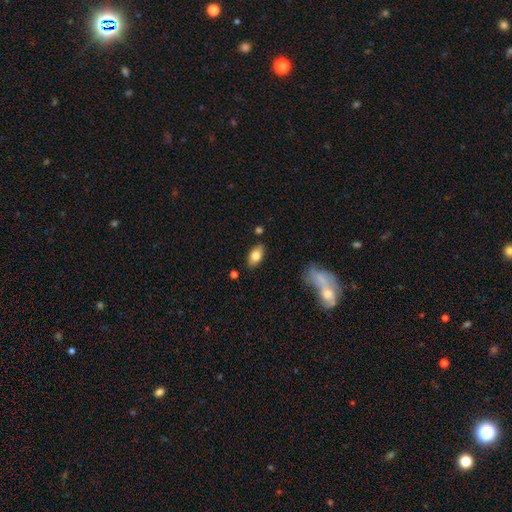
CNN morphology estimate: A smooth galaxy with no disk features (76%) that is in between round and cigar-shaped (90%). Merging: none (84%).